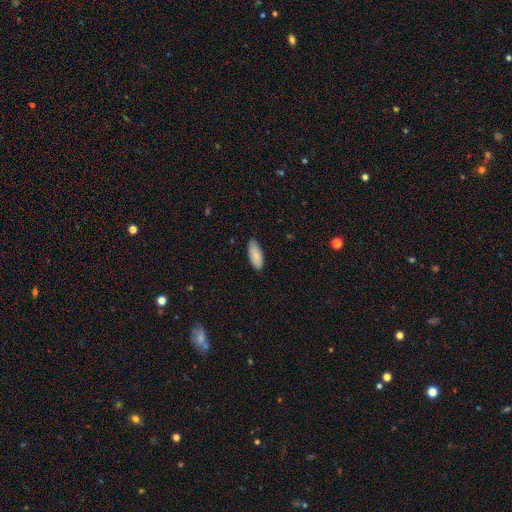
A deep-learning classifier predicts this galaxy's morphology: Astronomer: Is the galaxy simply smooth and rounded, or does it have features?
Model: smooth — 87%.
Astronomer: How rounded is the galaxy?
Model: in between — 84%.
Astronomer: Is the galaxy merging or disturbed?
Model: none — 83%.